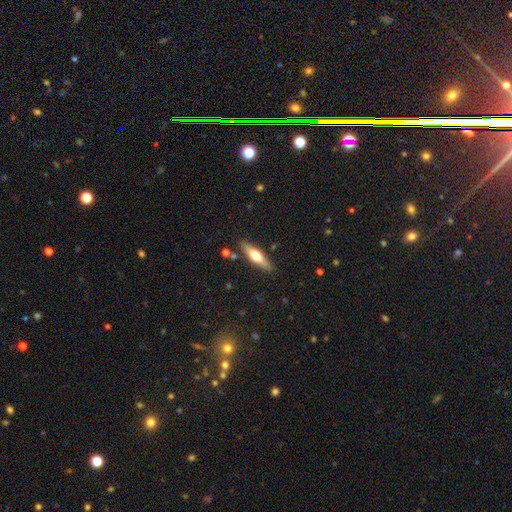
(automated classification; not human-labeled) This appears to be a smooth galaxy with no disk features (49%). Merging: none (85%).